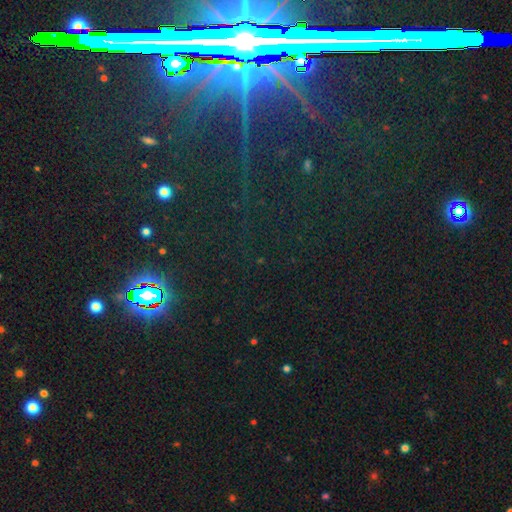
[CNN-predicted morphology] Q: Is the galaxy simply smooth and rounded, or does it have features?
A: star or artifact — 81%.